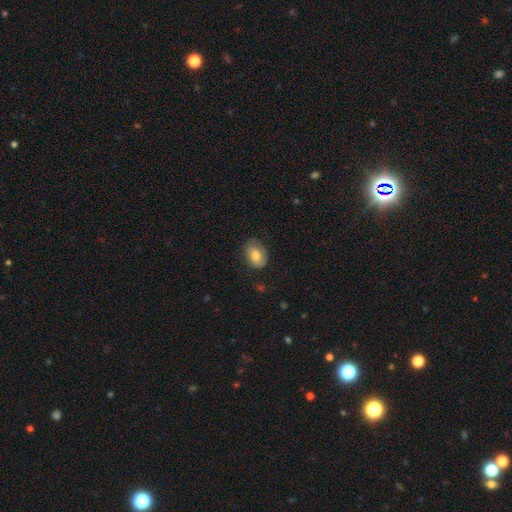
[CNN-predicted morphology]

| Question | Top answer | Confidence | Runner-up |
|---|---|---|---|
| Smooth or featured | smooth | 72% | featured or disk (21%) |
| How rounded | in between | 74% | round (25%) |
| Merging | none | 68% | minor disturbance (24%) |